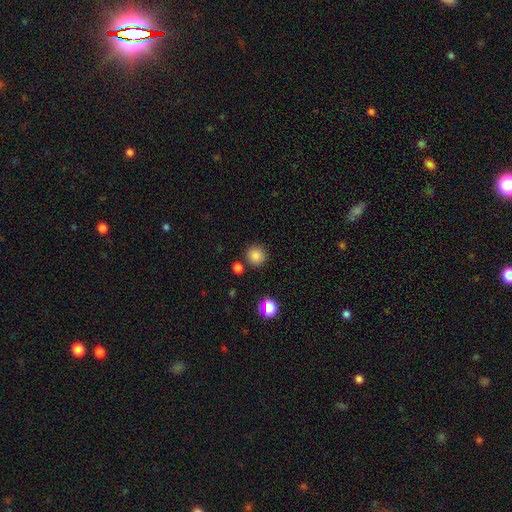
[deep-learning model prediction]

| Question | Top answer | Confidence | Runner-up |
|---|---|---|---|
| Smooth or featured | smooth | 82% | star or artifact (13%) |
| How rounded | round | 93% | in between (6%) |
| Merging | none | 85% | minor disturbance (7%) |